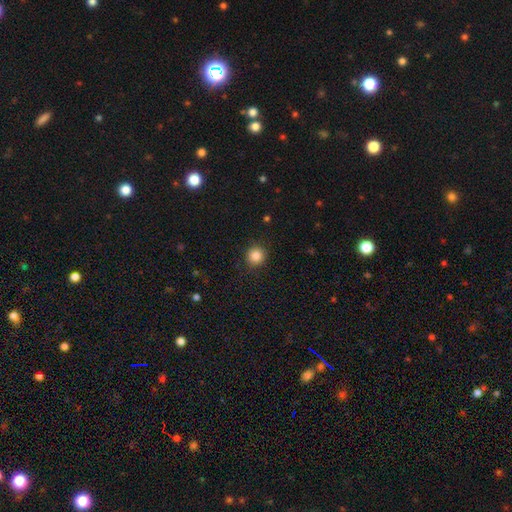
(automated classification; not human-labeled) smooth 85%, star or artifact 10%, featured or disk 5%. Down the decision tree: how rounded — round (93%); merging — none (89%).